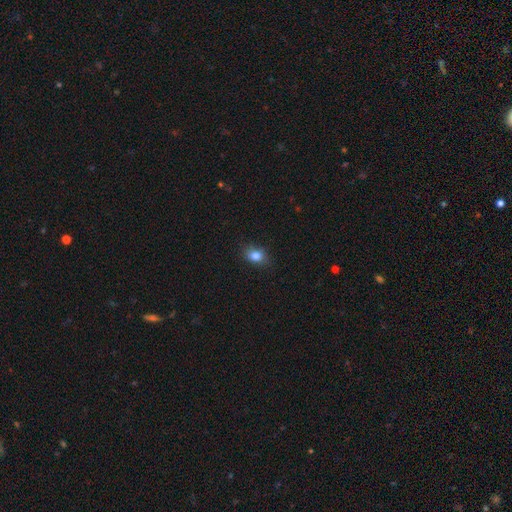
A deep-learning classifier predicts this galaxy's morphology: This appears to be a smooth galaxy with no disk features (83%) that is in between round and cigar-shaped (66%). Merging: none (80%).